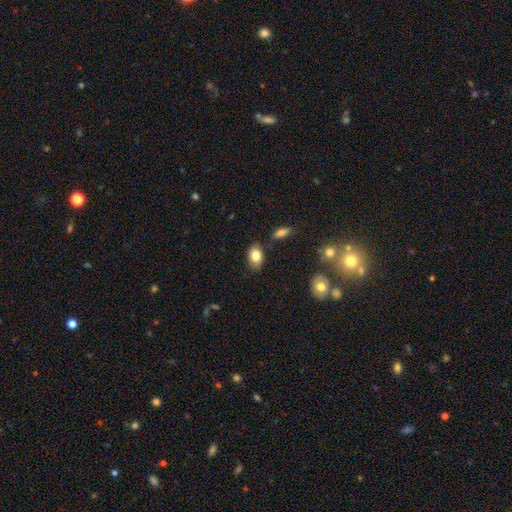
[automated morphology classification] The model was most divided on "merging": none: 81%, minor disturbance: 13%, merger: 4%, major disturbance: 3%. More confident: how rounded — in between (85%); smooth or featured — smooth (81%).